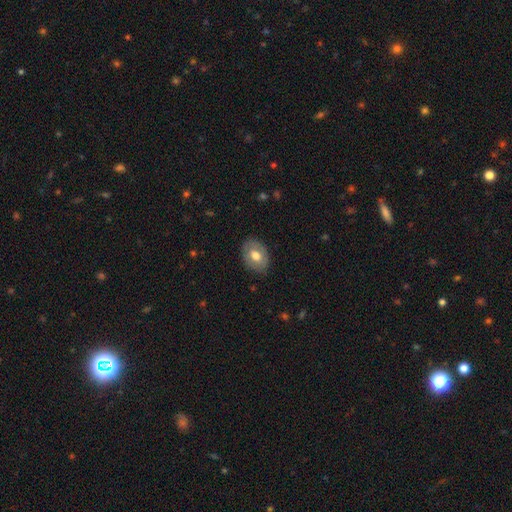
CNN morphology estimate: The model was most divided on "smooth or featured": smooth: 64%, featured or disk: 30%, star or artifact: 7%. More confident: merging — none (82%); how rounded — in between (69%).